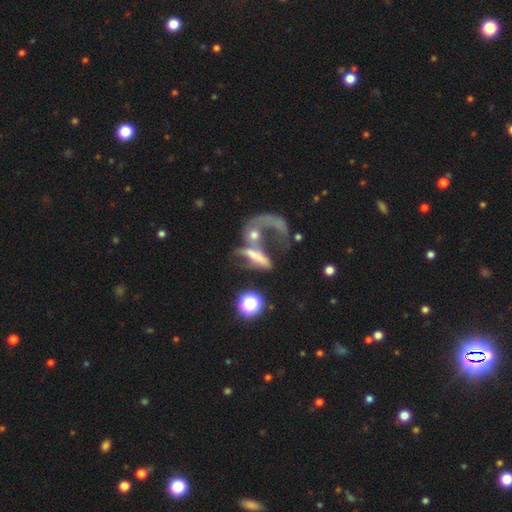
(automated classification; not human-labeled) This appears to be a featured or disk galaxy (48%). Merging: merger (55%).